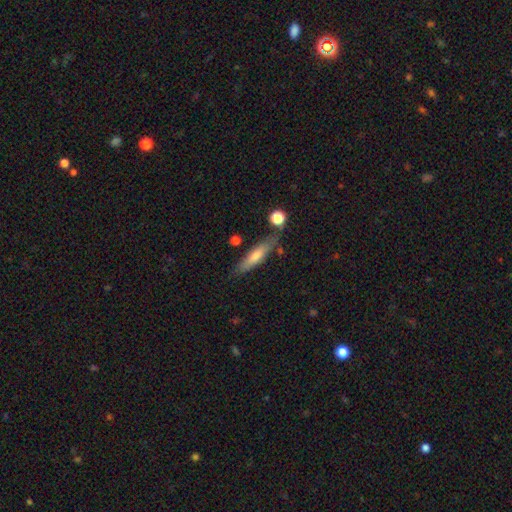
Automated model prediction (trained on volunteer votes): Smooth or featured?
  - smooth: 48% *
  - featured or disk: 44%
  - star or artifact: 9%
Merging?
  - none: 80% *
  - minor disturbance: 12%
  - merger: 5%
  - major disturbance: 3%